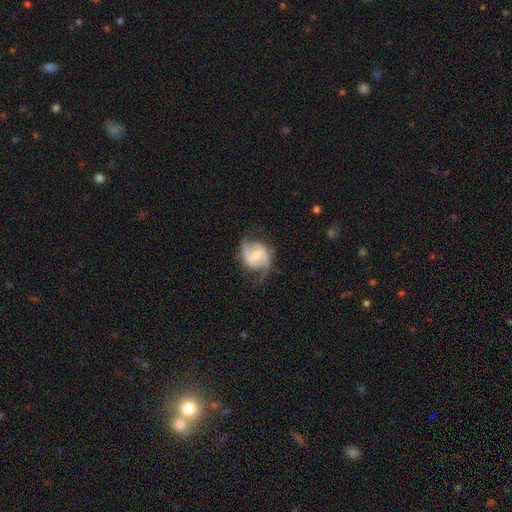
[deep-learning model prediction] smooth_or_featured: featured or disk (p=0.77) [alt: smooth p=0.17]
disk_edge_on: no (p=0.97) [alt: yes p=0.03]
bar: weak (p=0.47) [alt: no p=0.39]
has_spiral_arms: yes (p=0.93) [alt: no p=0.07]
spiral_winding: medium (p=0.45) [alt: loose p=0.39]
spiral_arm_count: 2 (p=0.86) [alt: 1 p=0.06]
bulge_size: moderate (p=0.54) [alt: small p=0.35]
merging: none (p=0.63) [alt: minor disturbance p=0.22]